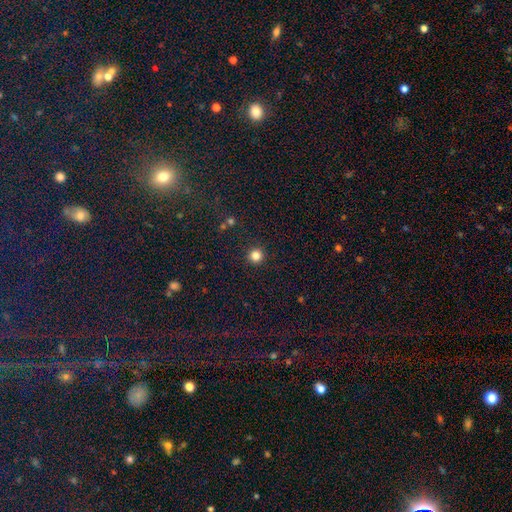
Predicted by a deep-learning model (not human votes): Morphology: type=smooth (83%); roundness=round (96%); merging=none (93%).